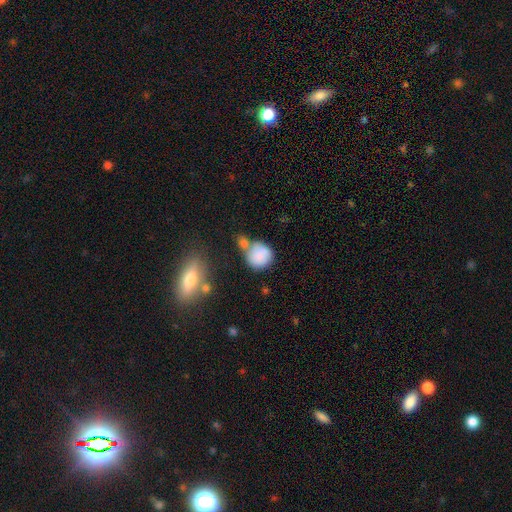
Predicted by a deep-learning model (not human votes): smooth 78%, featured or disk 14%, star or artifact 8%. Down the decision tree: how rounded — round (81%); merging — none (38%).